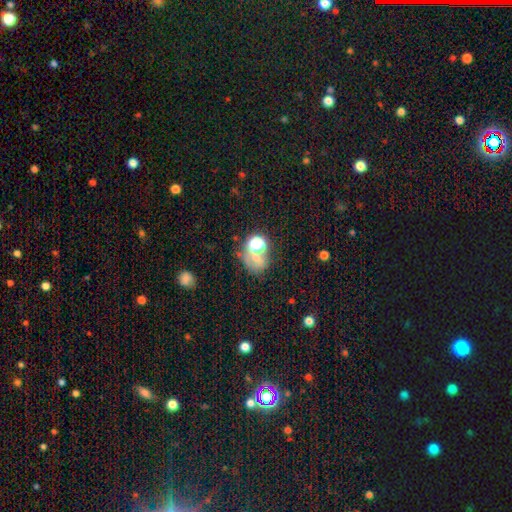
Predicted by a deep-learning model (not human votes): Smooth or featured?
  - smooth: 48% *
  - star or artifact: 36%
  - featured or disk: 17%
Merging?
  - none: 48% *
  - merger: 21%
  - minor disturbance: 16%
  - major disturbance: 15%